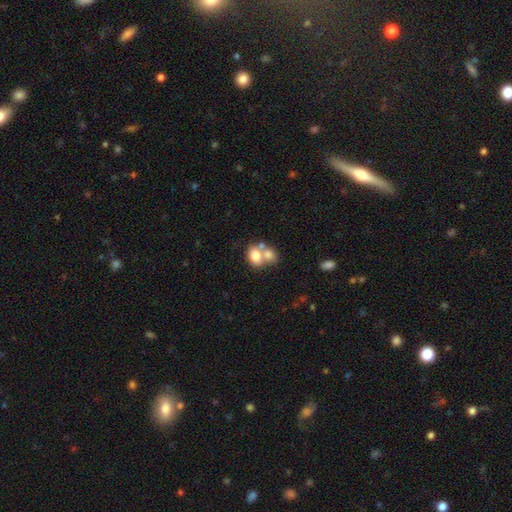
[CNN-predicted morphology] Smooth or featured?
  - smooth: 74% *
  - featured or disk: 17%
  - star or artifact: 9%
How rounded?
  - in between: 67% *
  - round: 31%
  - cigar-shaped: 1%
Merging?
  - merger: 60% *
  - none: 28%
  - minor disturbance: 8%
  - major disturbance: 4%